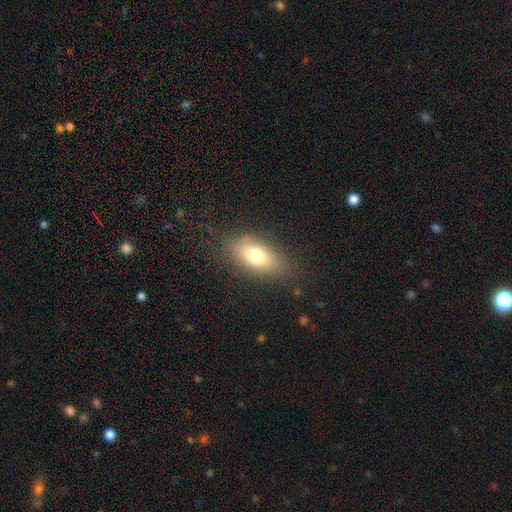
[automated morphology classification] The model was most divided on "smooth or featured": smooth: 73%, featured or disk: 17%, star or artifact: 10%. More confident: how rounded — in between (85%); merging — none (79%).